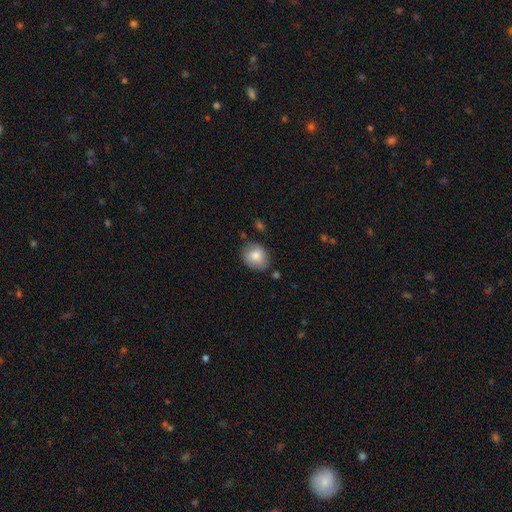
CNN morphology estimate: A smooth galaxy with no disk features (78%) that is round (63%).

Vote fractions:
- Smooth or featured? smooth: 78% / featured or disk: 14% / star or artifact: 8%
- How rounded? round: 63% / in between: 36% / cigar-shaped: 1%
- Merging? none: 75% / minor disturbance: 18% / major disturbance: 4% / merger: 3%